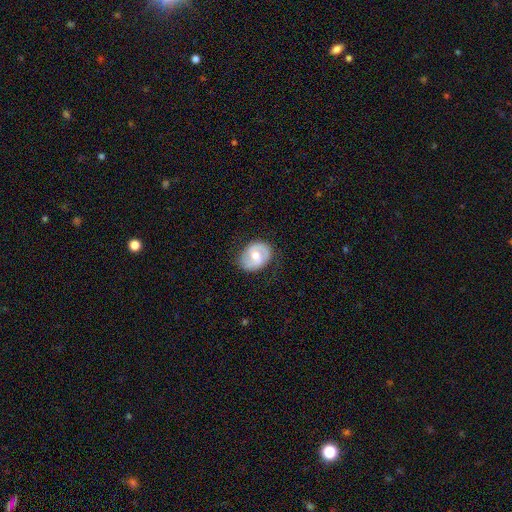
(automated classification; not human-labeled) Smooth or featured? Predicted: featured or disk (p=0.61). Edge-on disk? Predicted: no (p=0.97). Bar? Predicted: weak (p=0.47). Spiral arms? Predicted: yes (p=0.75). Bulge size? Predicted: moderate (p=0.72). Merging? Predicted: none (p=0.78).